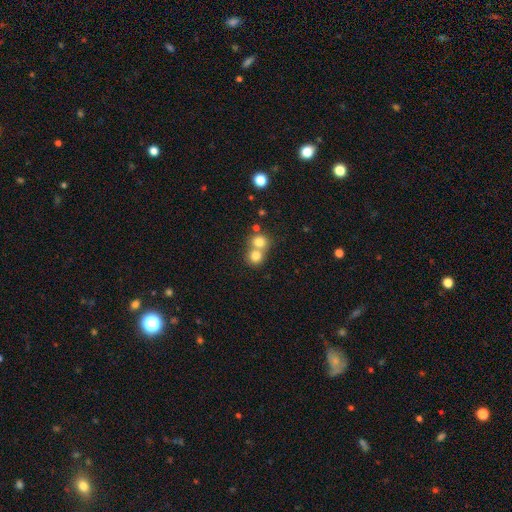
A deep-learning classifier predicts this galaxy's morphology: Smooth or featured?
  - smooth: 78% *
  - star or artifact: 11%
  - featured or disk: 11%
How rounded?
  - round: 83% *
  - in between: 16%
  - cigar-shaped: 1%
Merging?
  - merger: 58% *
  - none: 36%
  - minor disturbance: 5%
  - major disturbance: 2%